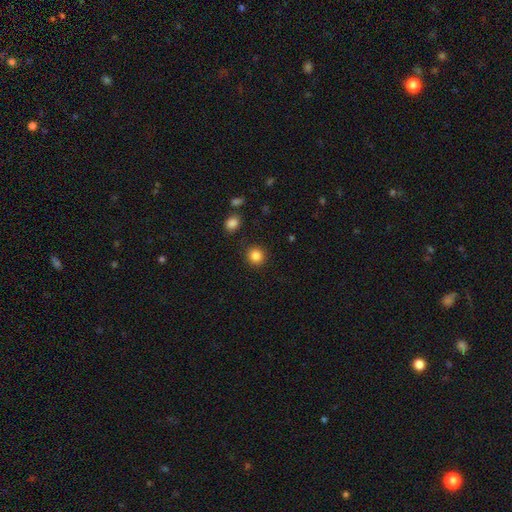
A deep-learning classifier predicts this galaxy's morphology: A smooth galaxy with no disk features (85%) that is round (91%). Merging: none (90%).